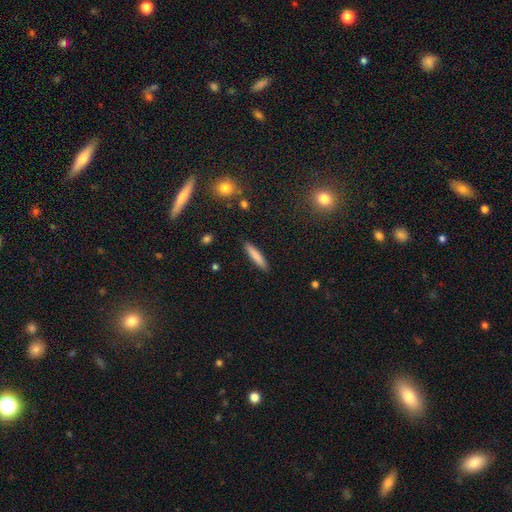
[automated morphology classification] smooth 79%, featured or disk 14%, star or artifact 6%. Down the decision tree: how rounded — cigar-shaped (88%); merging — none (89%).